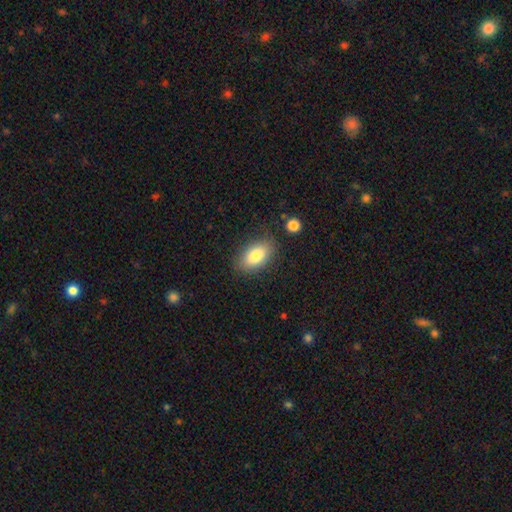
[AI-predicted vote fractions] Smooth or featured?
  - smooth: 82% *
  - featured or disk: 11%
  - star or artifact: 7%
How rounded?
  - in between: 91% *
  - round: 6%
  - cigar-shaped: 3%
Merging?
  - none: 81% *
  - minor disturbance: 13%
  - major disturbance: 4%
  - merger: 2%